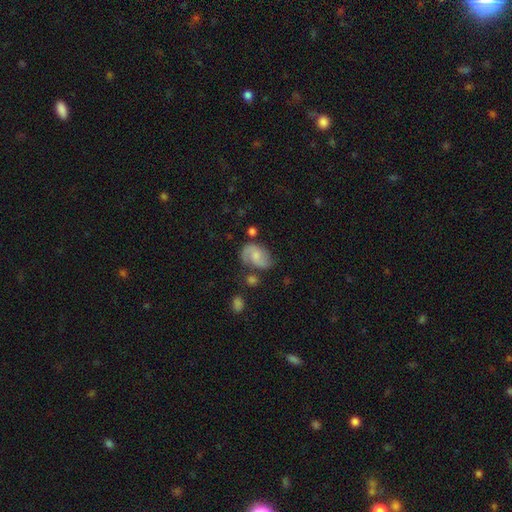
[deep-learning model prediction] Smooth or featured? Predicted: featured or disk (p=0.52). Edge-on disk? Predicted: no (p=0.97). Bar? Predicted: no (p=0.55). Spiral arms? Predicted: yes (p=0.86). Bulge size? Predicted: small (p=0.44). Merging? Predicted: none (p=0.52).